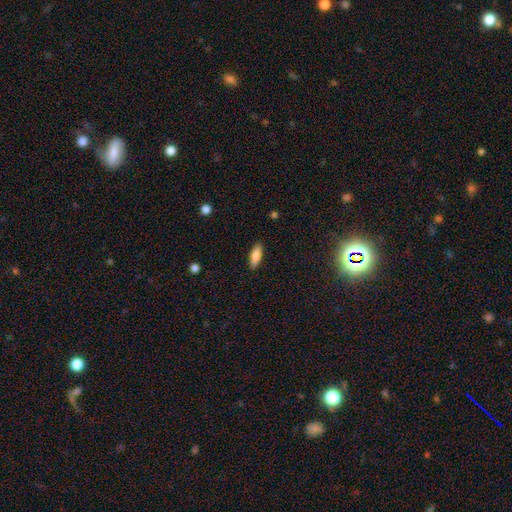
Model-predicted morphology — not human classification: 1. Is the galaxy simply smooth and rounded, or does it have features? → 82% smooth, 12% featured or disk, 6% star or artifact.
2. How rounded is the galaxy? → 64% in between, 34% cigar-shaped, 2% round.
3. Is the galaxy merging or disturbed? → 88% none, 9% minor disturbance, 2% major disturbance, 1% merger.